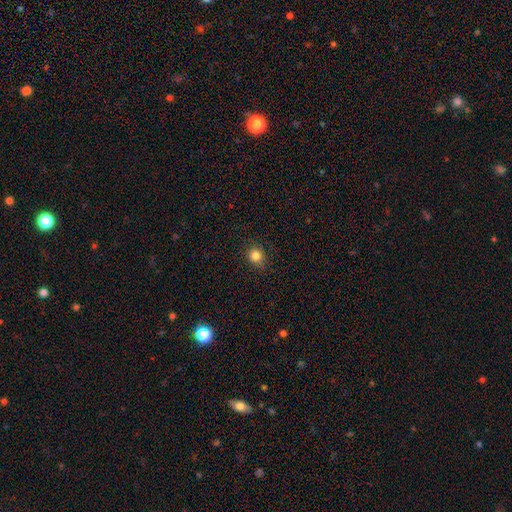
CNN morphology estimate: Smooth or featured?
  - smooth: 83% *
  - star or artifact: 12%
  - featured or disk: 5%
How rounded?
  - round: 84% *
  - in between: 15%
  - cigar-shaped: 1%
Merging?
  - none: 86% *
  - minor disturbance: 10%
  - major disturbance: 3%
  - merger: 1%